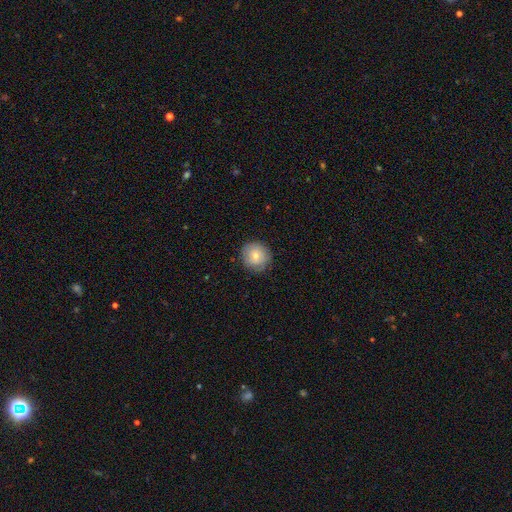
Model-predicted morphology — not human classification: The model was most divided on "smooth or featured": smooth: 72%, featured or disk: 20%, star or artifact: 8%. More confident: how rounded — round (91%); merging — none (82%).